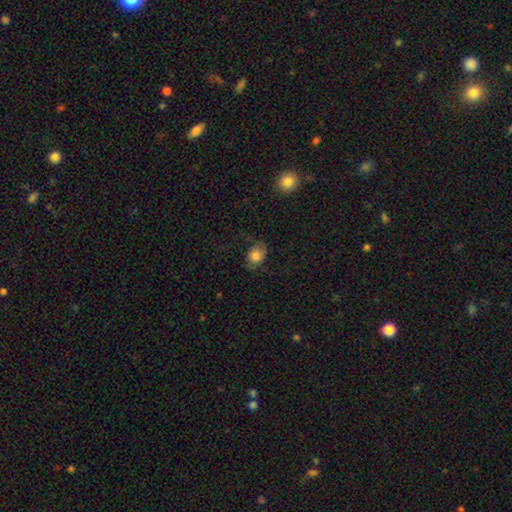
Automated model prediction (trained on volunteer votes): Q: Smooth or featured?
A: smooth (70%); runner-up: featured or disk (20%)
Q: How rounded?
A: in between (58%); runner-up: round (41%)
Q: Merging?
A: none (51%); runner-up: minor disturbance (26%)